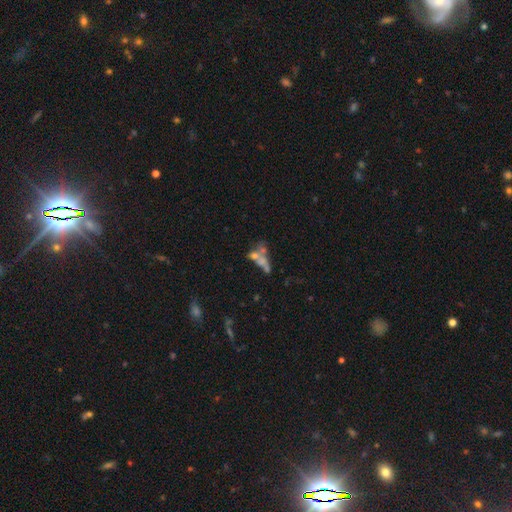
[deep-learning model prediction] featured or disk 44%, smooth 38%, star or artifact 19%. Down the decision tree: merging — merger (48%).